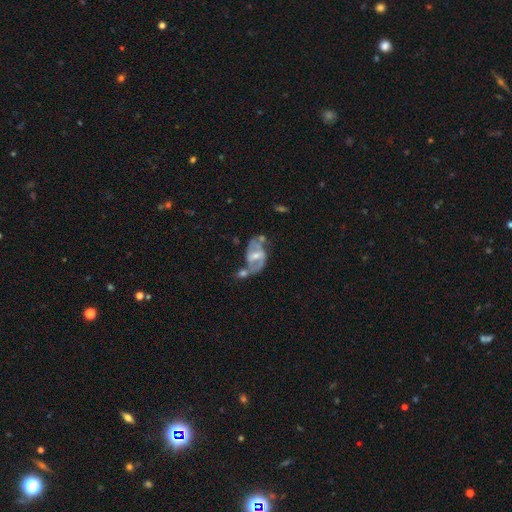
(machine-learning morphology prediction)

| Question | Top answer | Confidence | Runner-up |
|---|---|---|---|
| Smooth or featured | featured or disk | 75% | smooth (19%) |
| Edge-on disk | no | 95% | yes (5%) |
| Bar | weak | 44% | strong (37%) |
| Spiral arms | yes | 77% | no (23%) |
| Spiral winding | medium | 46% | loose (33%) |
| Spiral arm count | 2 | 81% | can't tell (11%) |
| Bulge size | moderate | 53% | small (39%) |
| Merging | none | 36% | merger (32%) |